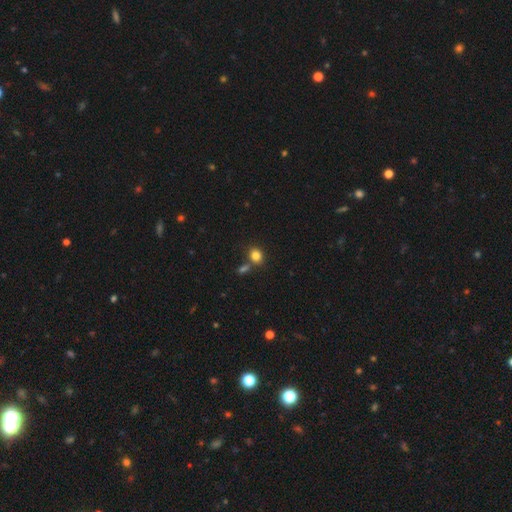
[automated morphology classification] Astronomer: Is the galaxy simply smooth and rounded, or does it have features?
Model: smooth — 83%.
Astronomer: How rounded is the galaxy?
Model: round — 56% (runner-up: in between, 43%).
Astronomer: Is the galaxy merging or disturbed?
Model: none — 65%.